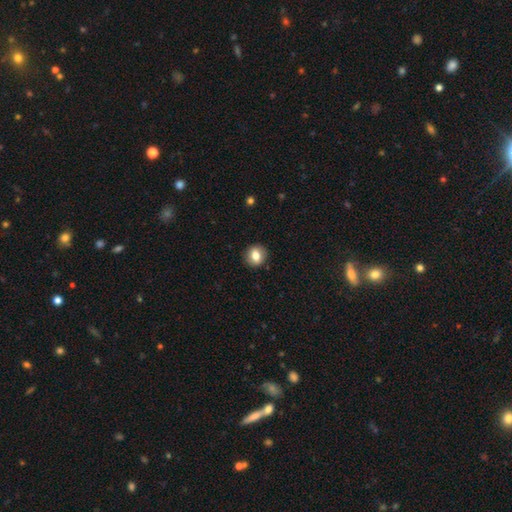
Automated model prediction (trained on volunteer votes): Morphology: type=smooth (78%); roundness=round (78%); merging=none (90%).